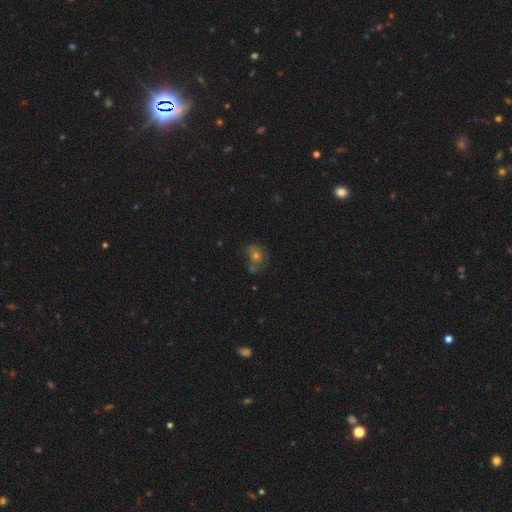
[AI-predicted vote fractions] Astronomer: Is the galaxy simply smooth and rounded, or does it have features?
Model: smooth — 47% (runner-up: featured or disk, 31%).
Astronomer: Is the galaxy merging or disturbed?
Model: none — 51%.